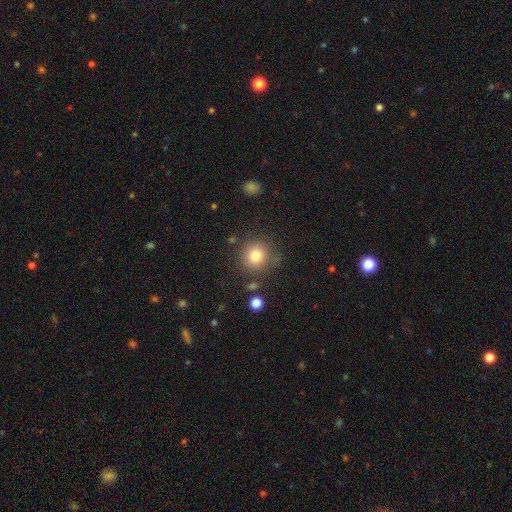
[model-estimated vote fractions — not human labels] smooth_or_featured: smooth (p=0.79) [alt: star or artifact p=0.12]
how_rounded: round (p=0.92) [alt: in between p=0.07]
merging: none (p=0.81) [alt: minor disturbance p=0.11]